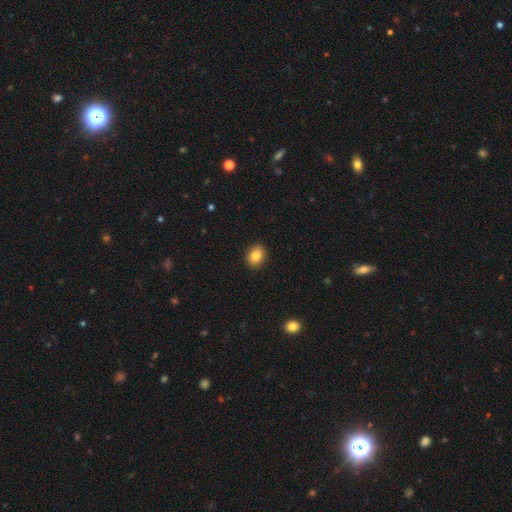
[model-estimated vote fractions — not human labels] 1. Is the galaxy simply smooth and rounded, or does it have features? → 85% smooth, 9% star or artifact, 6% featured or disk.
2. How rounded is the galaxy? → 57% in between, 42% round, 1% cigar-shaped.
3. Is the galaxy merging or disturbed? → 91% none, 7% minor disturbance, 2% major disturbance, 1% merger.